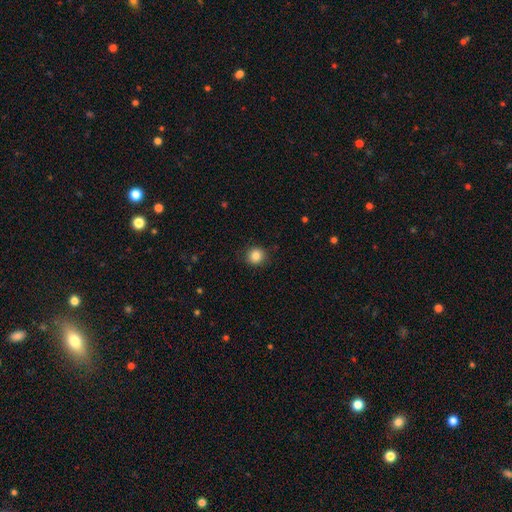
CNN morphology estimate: smooth-or-featured: smooth: 85% | star or artifact: 10% | featured or disk: 5%
  how-rounded: round: 90% | in between: 9% | cigar-shaped: 1%
  merging: none: 89% | minor disturbance: 8% | major disturbance: 2% | merger: 1%